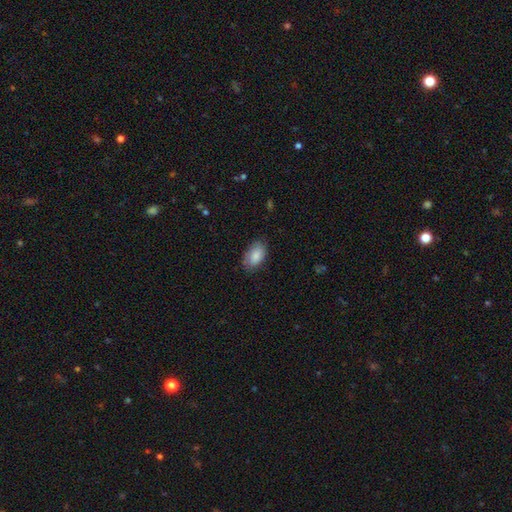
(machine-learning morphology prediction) Smooth or featured?
  - smooth: 85% *
  - featured or disk: 9%
  - star or artifact: 6%
How rounded?
  - in between: 93% *
  - round: 5%
  - cigar-shaped: 2%
Merging?
  - none: 78% *
  - minor disturbance: 18%
  - major disturbance: 4%
  - merger: 1%